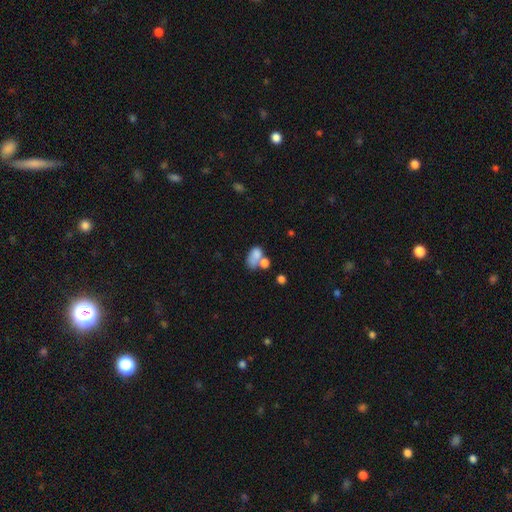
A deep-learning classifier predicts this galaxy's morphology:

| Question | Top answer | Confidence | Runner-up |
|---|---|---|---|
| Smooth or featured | smooth | 71% | featured or disk (18%) |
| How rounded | in between | 81% | round (18%) |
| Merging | merger | 52% | none (23%) |